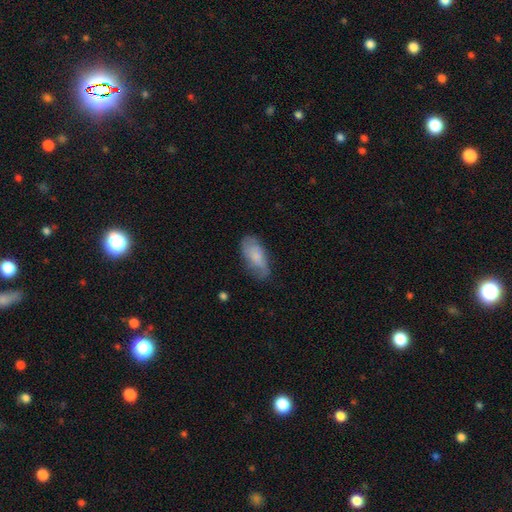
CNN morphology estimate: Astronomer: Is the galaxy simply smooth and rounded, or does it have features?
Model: smooth — 70%.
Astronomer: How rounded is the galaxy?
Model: in between — 89%.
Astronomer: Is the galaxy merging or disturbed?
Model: none — 60%.